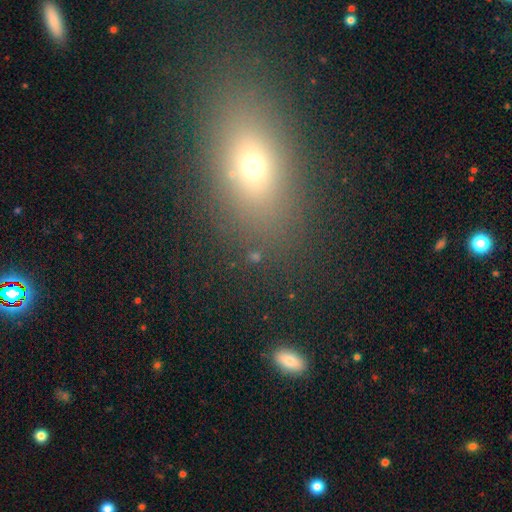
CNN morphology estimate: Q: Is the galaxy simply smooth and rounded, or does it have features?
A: smooth — 52%.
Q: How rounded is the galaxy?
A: round — 49%.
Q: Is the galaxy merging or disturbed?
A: none — 73%.